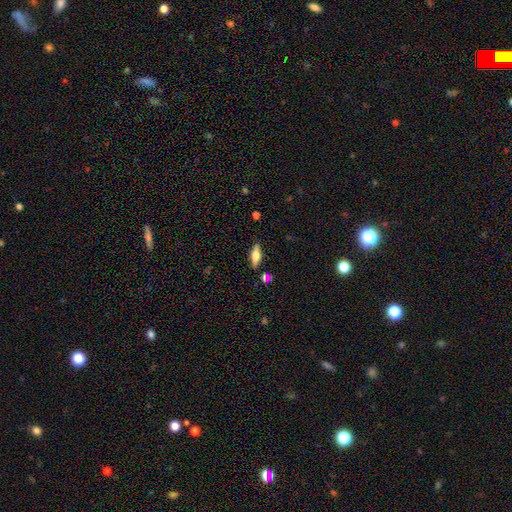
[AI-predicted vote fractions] Smooth or featured? Predicted: smooth (p=0.47). Merging? Predicted: none (p=0.84).